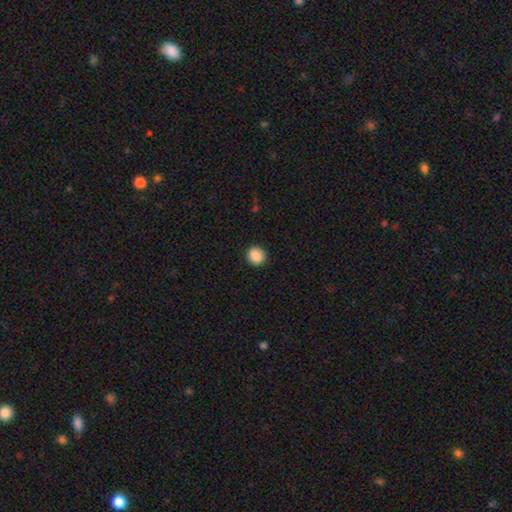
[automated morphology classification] A smooth galaxy with no disk features (89%) that is round (84%).

Vote fractions:
- Smooth or featured? smooth: 89% / star or artifact: 8% / featured or disk: 3%
- How rounded? round: 84% / in between: 15% / cigar-shaped: 1%
- Merging? none: 92% / minor disturbance: 6% / major disturbance: 2% / merger: 1%